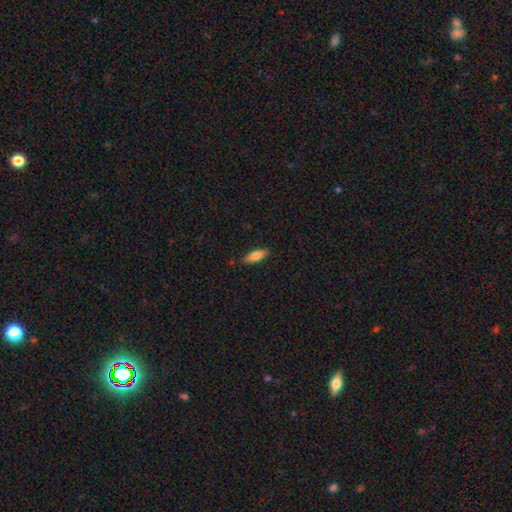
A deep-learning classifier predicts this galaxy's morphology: A smooth galaxy with no disk features (74%) that is in between round and cigar-shaped (58%). Merging: none (85%).